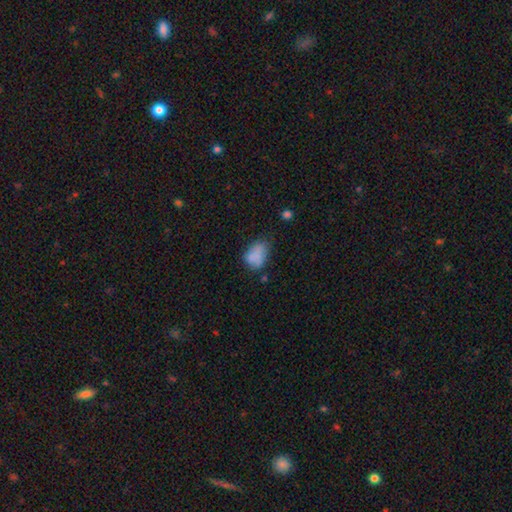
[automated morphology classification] type=smooth (79%); roundness=in between (78%); merging=none (46%).